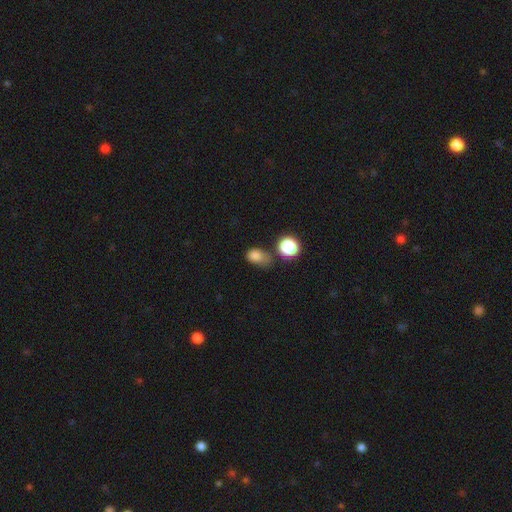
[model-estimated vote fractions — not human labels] Q: Smooth or featured?
A: smooth (81%); runner-up: star or artifact (13%)
Q: How rounded?
A: in between (68%); runner-up: round (30%)
Q: Merging?
A: none (44%); runner-up: minor disturbance (29%)